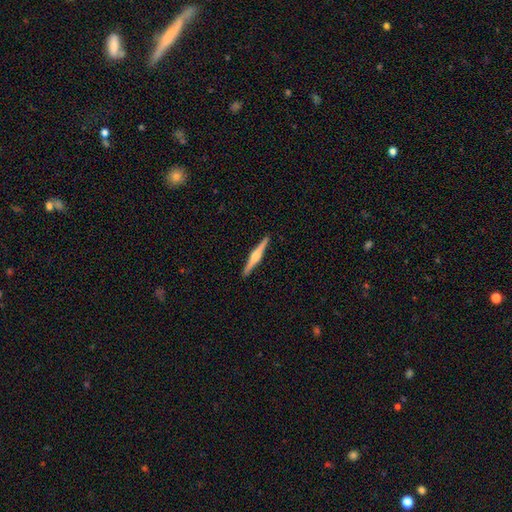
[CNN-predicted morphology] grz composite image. It shows a featured or disk galaxy (72%) viewed edge-on (98%) with a rounded central bulge (77%). Merging: none (92%).